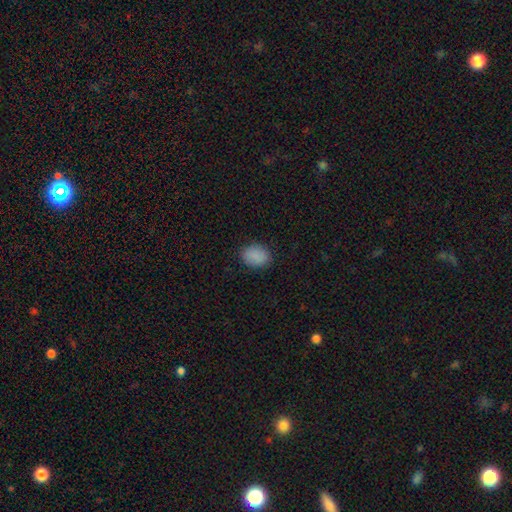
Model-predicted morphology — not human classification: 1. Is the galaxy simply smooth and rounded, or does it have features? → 88% smooth, 9% star or artifact, 3% featured or disk.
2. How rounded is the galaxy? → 61% in between, 38% round, 1% cigar-shaped.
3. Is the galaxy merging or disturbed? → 85% none, 11% minor disturbance, 3% major disturbance, 1% merger.